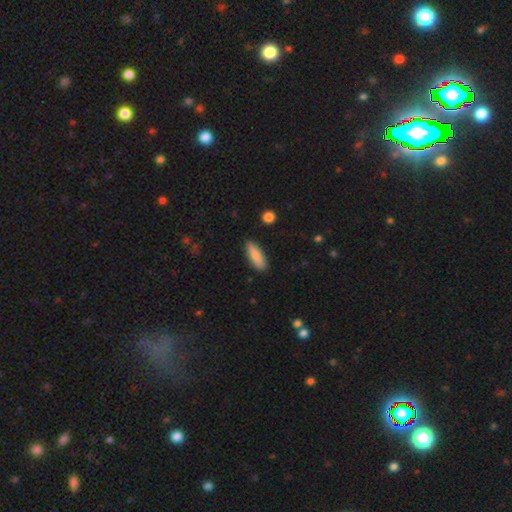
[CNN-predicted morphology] Smooth or featured: smooth — 82% (featured or disk — 12%)
How rounded: in between — 55% (cigar-shaped — 43%)
Merging: none — 86% (minor disturbance — 10%)